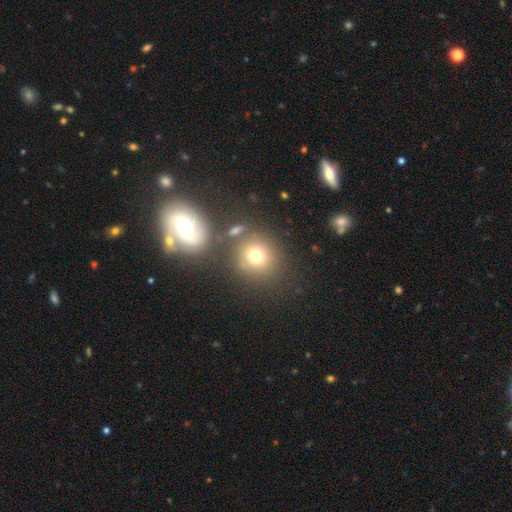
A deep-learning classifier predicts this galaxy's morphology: Overall: smooth (73%). How rounded: round (86%). Merging: none (71%).